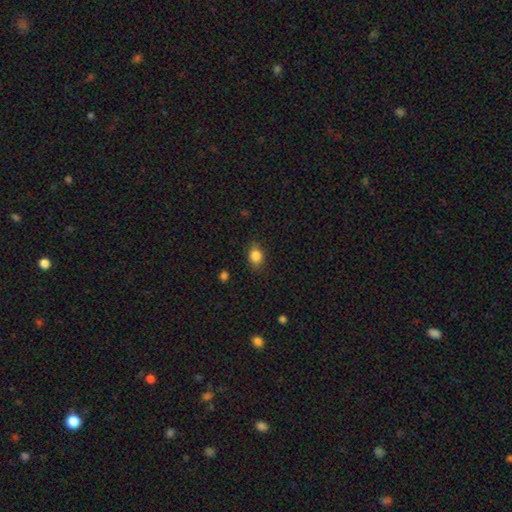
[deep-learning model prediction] The model was most divided on "how rounded": in between: 59%, round: 40%, cigar-shaped: 2%. More confident: smooth or featured — smooth (84%); merging — none (81%).